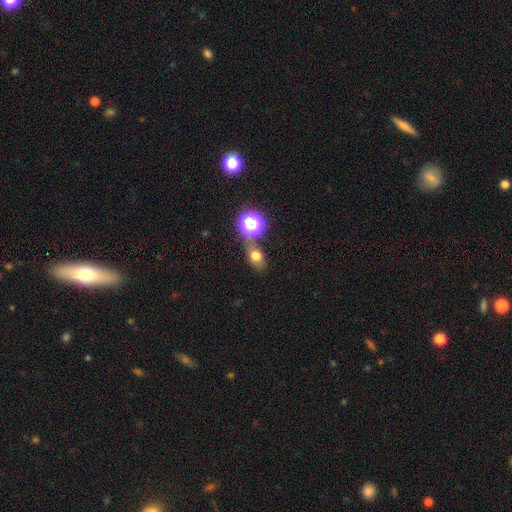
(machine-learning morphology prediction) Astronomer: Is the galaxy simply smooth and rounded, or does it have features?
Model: smooth — 69%.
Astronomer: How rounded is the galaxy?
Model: in between — 65%.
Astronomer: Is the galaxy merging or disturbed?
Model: none — 63%.